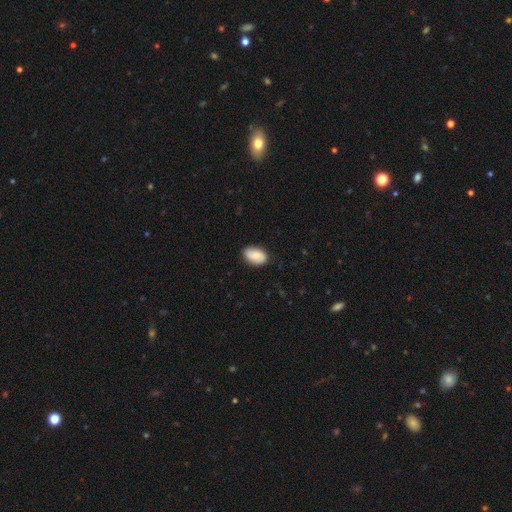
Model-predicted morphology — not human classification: A smooth galaxy with no disk features (74%) that is in between round and cigar-shaped (91%). Merging: none (83%).